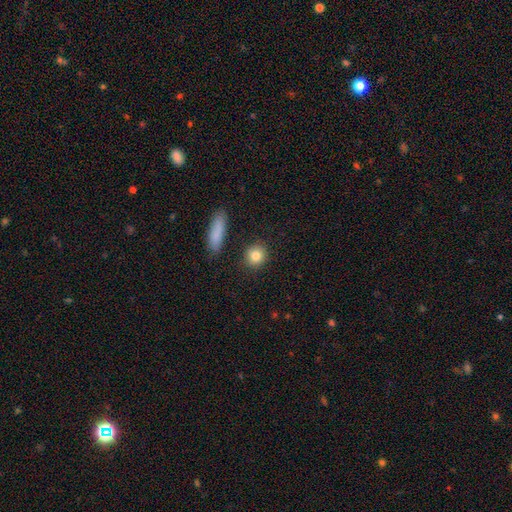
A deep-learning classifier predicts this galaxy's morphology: Smooth or featured? Predicted: smooth (p=0.83). How rounded? Predicted: round (p=0.81). Merging? Predicted: none (p=0.87).